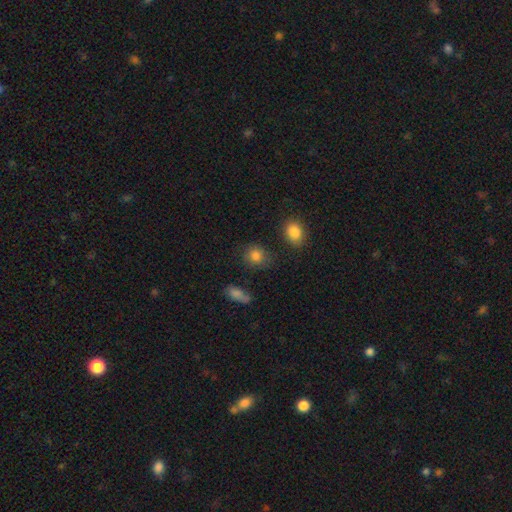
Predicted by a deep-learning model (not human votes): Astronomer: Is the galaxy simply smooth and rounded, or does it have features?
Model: smooth — 83%.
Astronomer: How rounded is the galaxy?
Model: round — 71%.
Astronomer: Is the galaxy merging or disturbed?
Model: none — 74%.